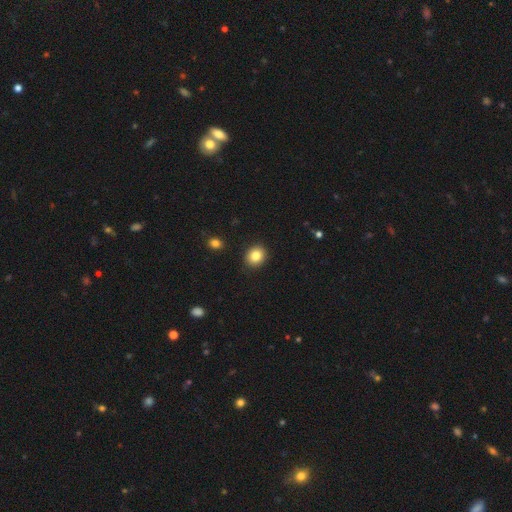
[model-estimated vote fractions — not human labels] A smooth galaxy with no disk features (84%) that is round (67%).

Vote fractions:
- Smooth or featured? smooth: 84% / star or artifact: 9% / featured or disk: 7%
- How rounded? round: 67% / in between: 32% / cigar-shaped: 1%
- Merging? none: 91% / minor disturbance: 6% / major disturbance: 2% / merger: 1%